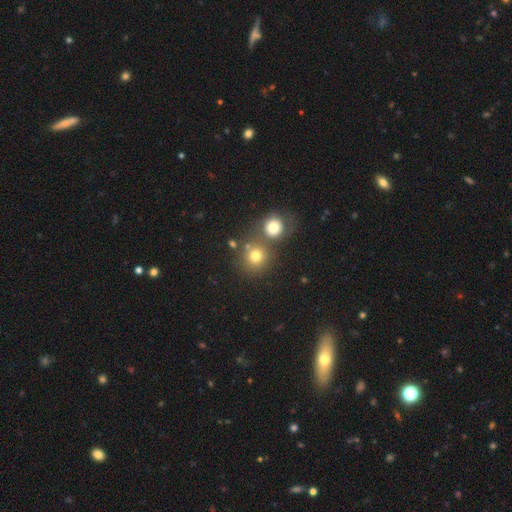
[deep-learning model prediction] Overall: smooth (74%). How rounded: round (88%). Merging: none (55%; merger 32%).